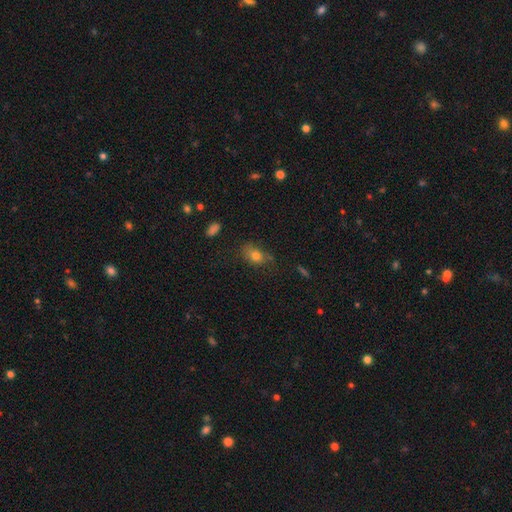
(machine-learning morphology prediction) Q: Smooth or featured?
A: smooth (76%); runner-up: featured or disk (13%)
Q: How rounded?
A: in between (73%); runner-up: round (25%)
Q: Merging?
A: none (61%); runner-up: minor disturbance (26%)